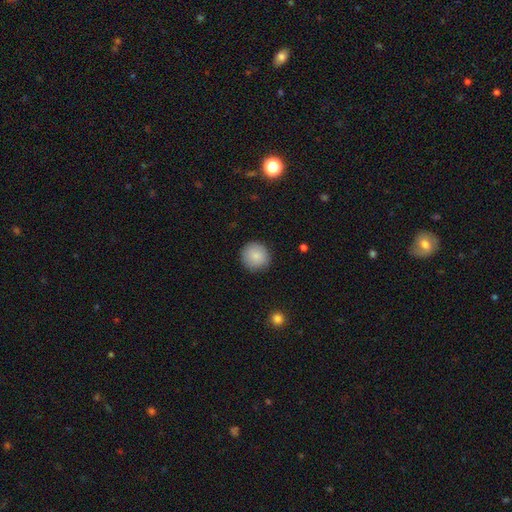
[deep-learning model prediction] smooth-or-featured: smooth: 87% | star or artifact: 7% | featured or disk: 6%
  how-rounded: round: 95% | in between: 4% | cigar-shaped: 1%
  merging: none: 91% | minor disturbance: 6% | major disturbance: 2% | merger: 1%